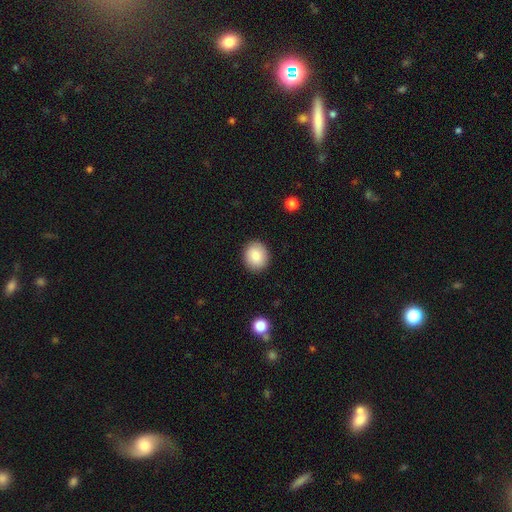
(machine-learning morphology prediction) Smooth or featured? Predicted: smooth (p=0.87). How rounded? Predicted: round (p=0.73). Merging? Predicted: none (p=0.90).